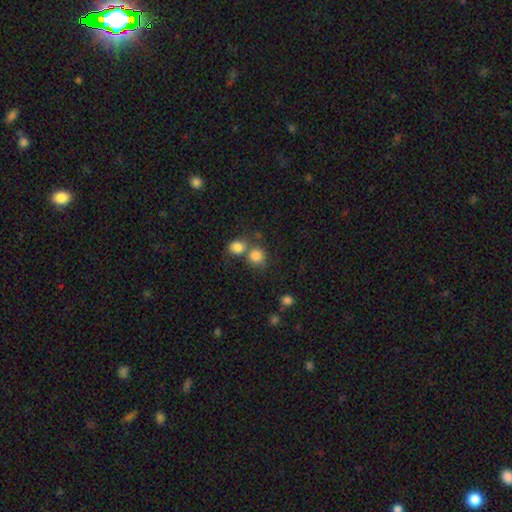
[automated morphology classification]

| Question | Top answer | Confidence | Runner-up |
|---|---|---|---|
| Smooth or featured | smooth | 83% | star or artifact (11%) |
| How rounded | round | 82% | in between (17%) |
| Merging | none | 51% | merger (37%) |